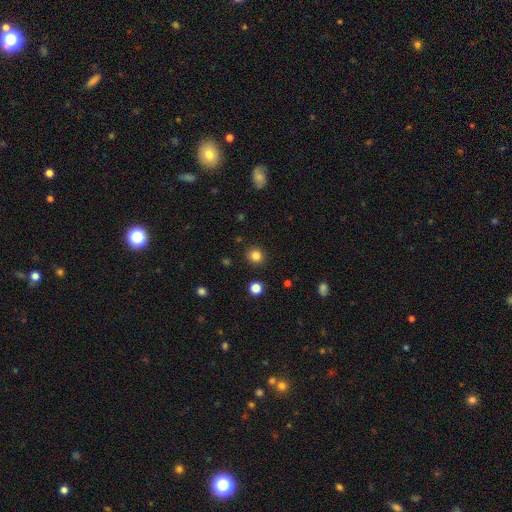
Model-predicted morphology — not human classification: smooth 83%, star or artifact 12%, featured or disk 4%. Down the decision tree: how rounded — round (90%); merging — none (91%).